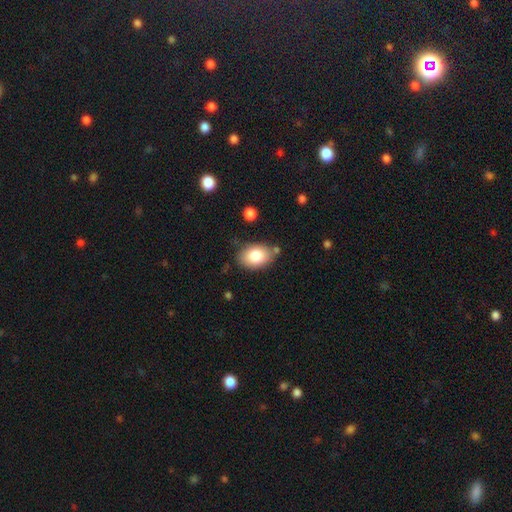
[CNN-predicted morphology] Overall: smooth (81%). How rounded: in between (85%). Merging: none (75%).